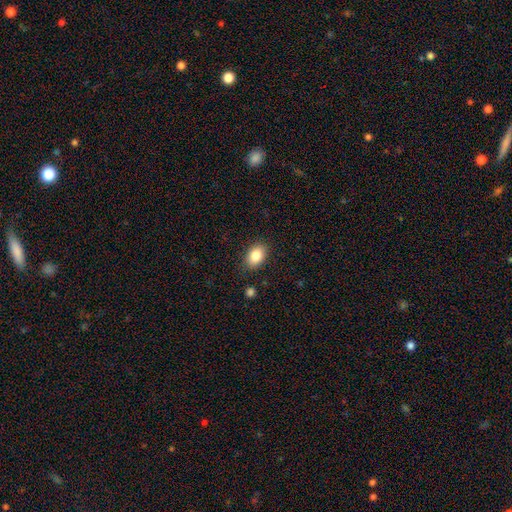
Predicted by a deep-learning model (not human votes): Smooth or featured?
  - smooth: 84% *
  - star or artifact: 8%
  - featured or disk: 7%
How rounded?
  - in between: 84% *
  - round: 15%
  - cigar-shaped: 1%
Merging?
  - none: 85% *
  - minor disturbance: 11%
  - major disturbance: 3%
  - merger: 2%